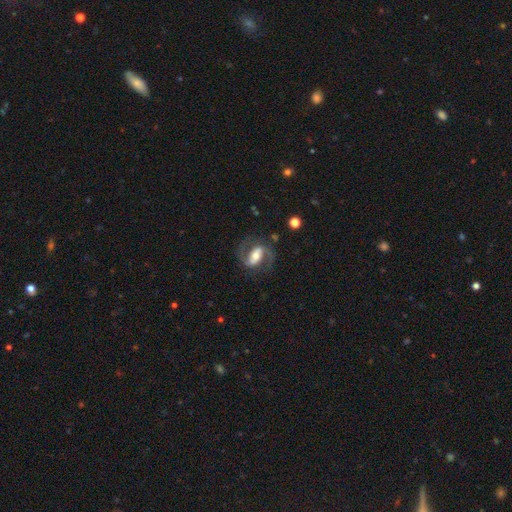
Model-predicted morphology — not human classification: A featured or disk galaxy (82%) with a strong bar (45%), 2 (91%) medium (55%) spiral arms (94%) and a moderate central bulge (57%). Merging: none (74%).